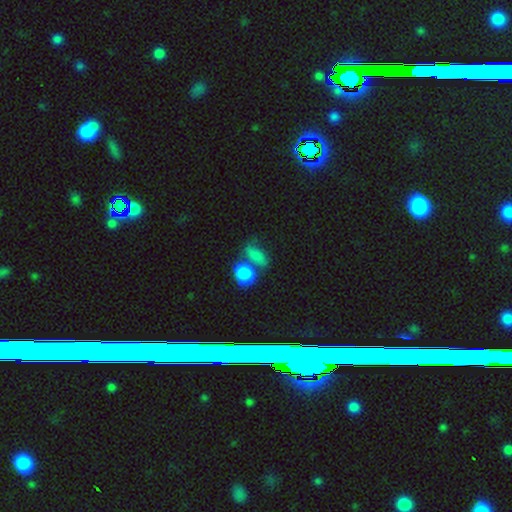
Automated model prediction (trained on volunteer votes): The model was most divided on "merging": merger: 40%, none: 35%, minor disturbance: 15%, major disturbance: 9%. More confident: smooth or featured — smooth (76%); how rounded — in between (68%).